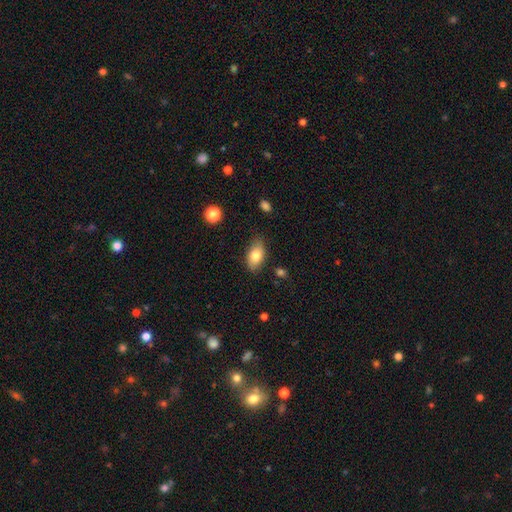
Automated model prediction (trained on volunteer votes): Smooth or featured? Predicted: smooth (p=0.78). How rounded? Predicted: in between (p=0.92). Merging? Predicted: none (p=0.80).